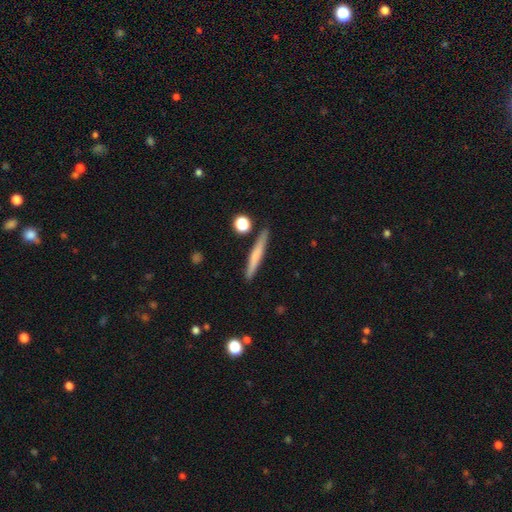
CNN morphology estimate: This appears to be a smooth galaxy with no disk features (59%) that is cigar-shaped (94%). Merging: none (87%).